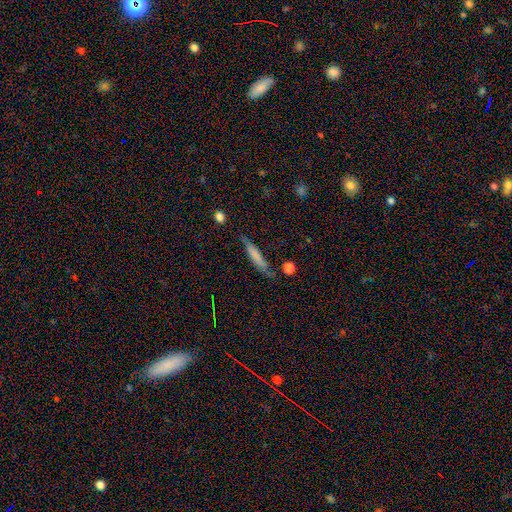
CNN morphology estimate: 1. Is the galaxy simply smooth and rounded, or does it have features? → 63% smooth, 29% featured or disk, 8% star or artifact.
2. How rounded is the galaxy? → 89% cigar-shaped, 9% in between, 2% round.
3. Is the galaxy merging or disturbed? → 71% none, 21% minor disturbance, 5% major disturbance, 3% merger.